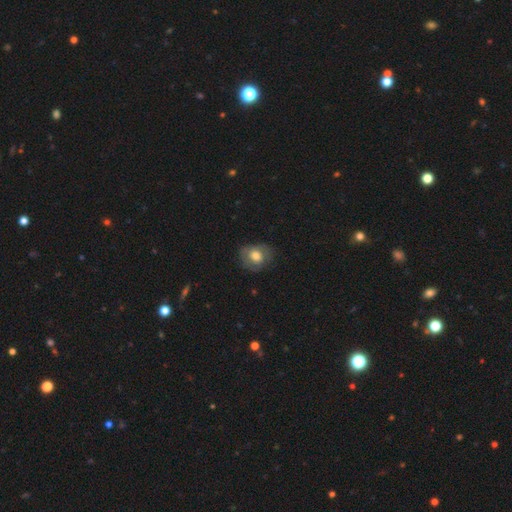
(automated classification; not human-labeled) A smooth galaxy with no disk features (61%) that is round (59%). Merging: none (70%).